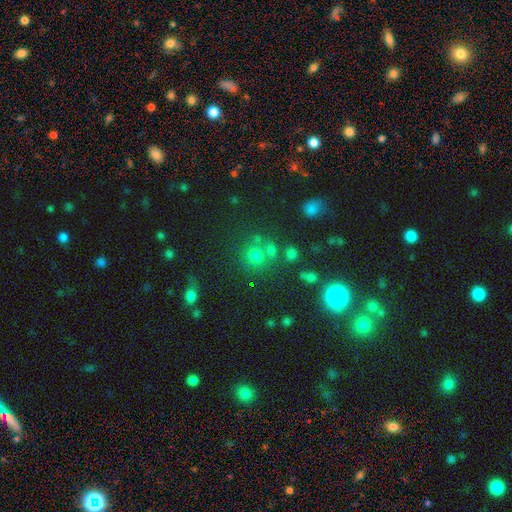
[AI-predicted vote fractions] smooth 51%, star or artifact 41%, featured or disk 9%. Down the decision tree: how rounded — round (91%); merging — none (72%).